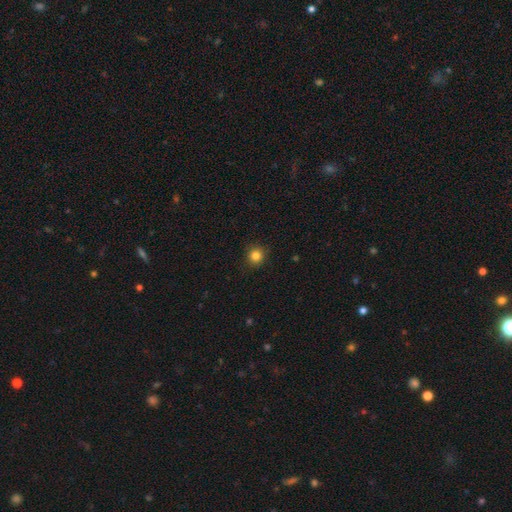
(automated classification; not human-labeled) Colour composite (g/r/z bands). It shows a smooth galaxy with no disk features (84%) that is round (93%). Merging: none (91%).